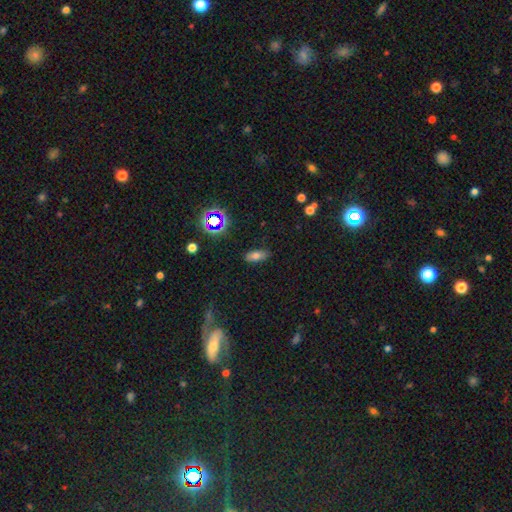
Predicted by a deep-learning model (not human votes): smooth-or-featured: smooth: 70% | star or artifact: 18% | featured or disk: 11%
  how-rounded: in between: 81% | cigar-shaped: 14% | round: 5%
  merging: none: 83% | minor disturbance: 12% | major disturbance: 3% | merger: 2%